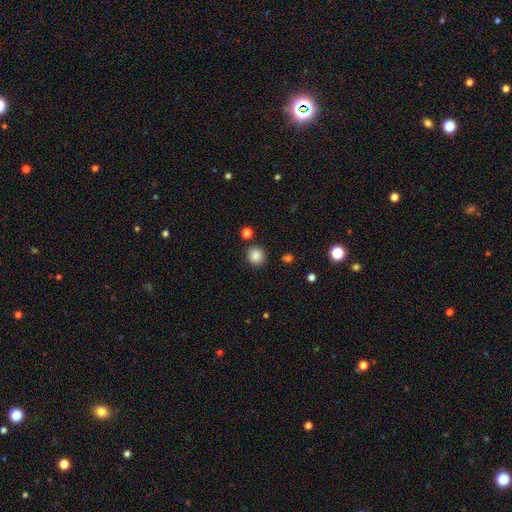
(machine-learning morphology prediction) Overall: smooth (86%). How rounded: round (90%). Merging: none (87%).